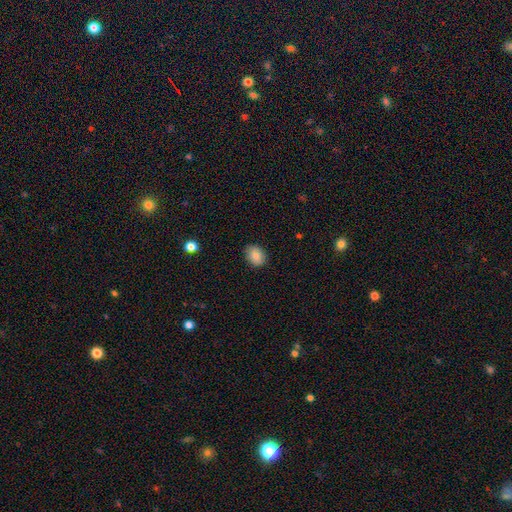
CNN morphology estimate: smooth-or-featured: smooth: 83% | star or artifact: 9% | featured or disk: 8%
  how-rounded: in between: 65% | round: 33% | cigar-shaped: 1%
  merging: none: 88% | minor disturbance: 9% | major disturbance: 2% | merger: 1%